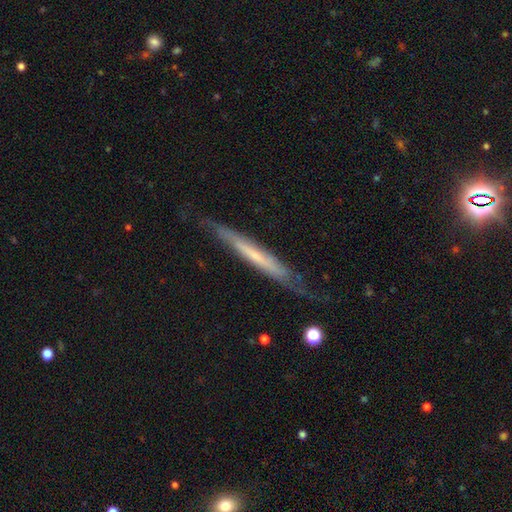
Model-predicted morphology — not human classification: smooth_or_featured: featured or disk (p=0.61) [alt: smooth p=0.33]
disk_edge_on: yes (p=0.86) [alt: no p=0.14]
edge_on_bulge: none (p=0.79) [alt: rounded p=0.14]
merging: none (p=0.71) [alt: minor disturbance p=0.20]